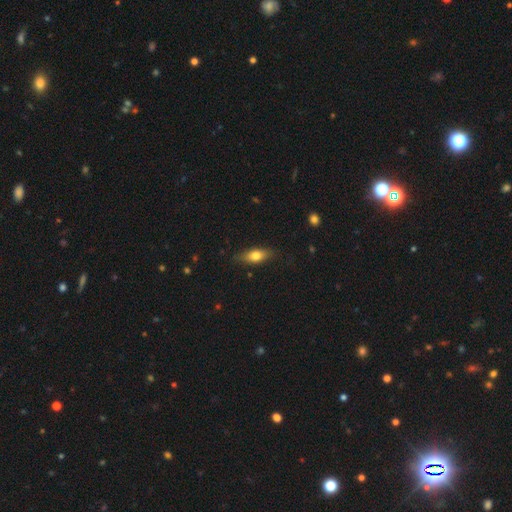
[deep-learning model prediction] This appears to be a smooth galaxy with no disk features (68%) that is in between round and cigar-shaped (71%). Merging: none (80%).